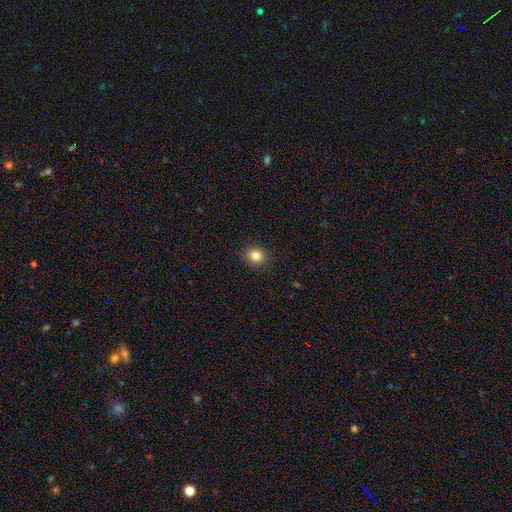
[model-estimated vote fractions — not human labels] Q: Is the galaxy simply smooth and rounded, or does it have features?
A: smooth — 84%.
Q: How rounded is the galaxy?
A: round — 74%.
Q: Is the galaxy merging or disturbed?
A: none — 90%.